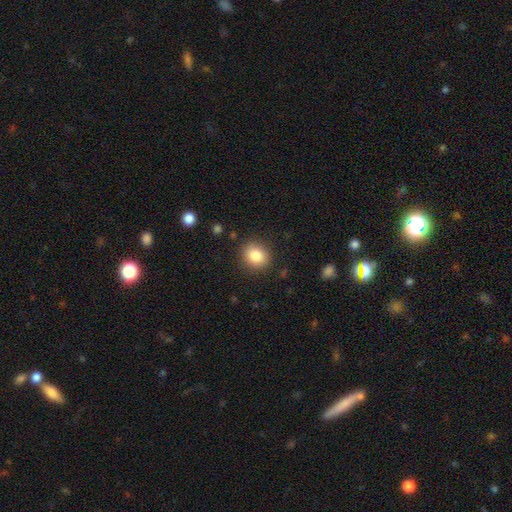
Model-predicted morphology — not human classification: Smooth or featured: smooth — 84% (star or artifact — 9%)
How rounded: round — 76% (in between — 23%)
Merging: none — 87% (minor disturbance — 8%)